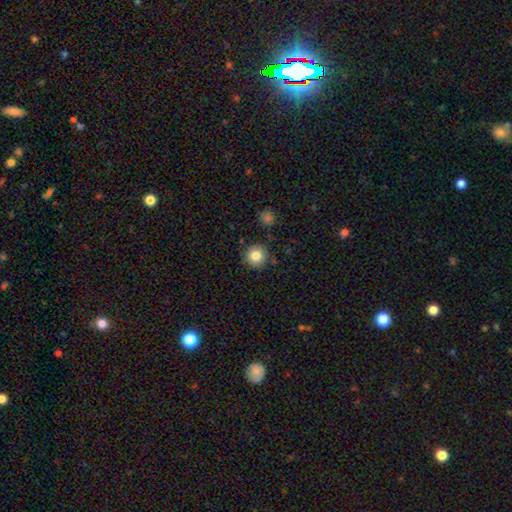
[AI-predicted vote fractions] A smooth galaxy with no disk features (83%) that is round (94%).

Vote fractions:
- Smooth or featured? smooth: 83% / star or artifact: 10% / featured or disk: 7%
- How rounded? round: 94% / in between: 5% / cigar-shaped: 1%
- Merging? none: 88% / minor disturbance: 7% / merger: 3% / major disturbance: 2%